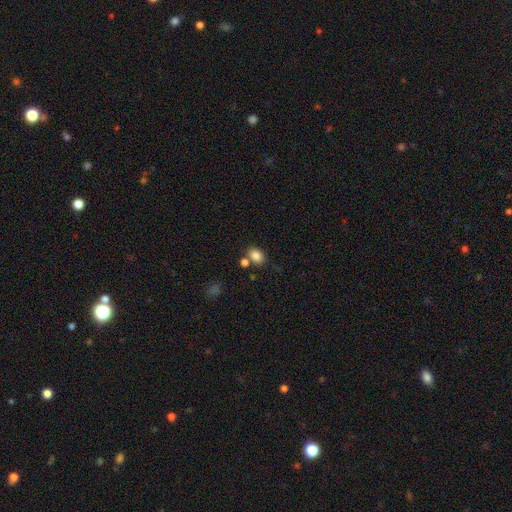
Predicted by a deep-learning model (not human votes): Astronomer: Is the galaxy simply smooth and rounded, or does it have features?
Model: smooth — 84%.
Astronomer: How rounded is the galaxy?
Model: in between — 65%.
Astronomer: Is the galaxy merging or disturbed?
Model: none — 67%.